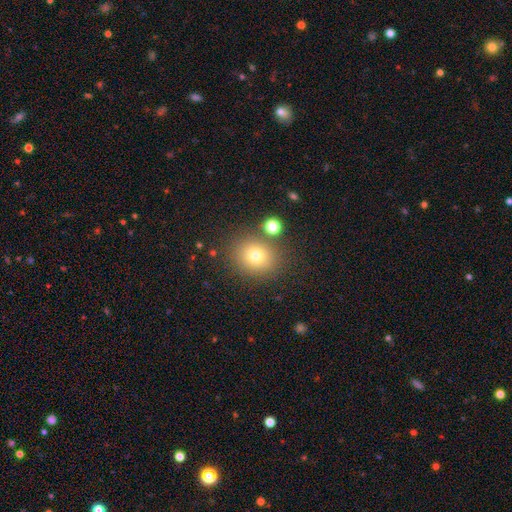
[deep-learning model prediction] Smooth or featured? smooth (74%)
How rounded? round (77%)
Merging? none (79%)